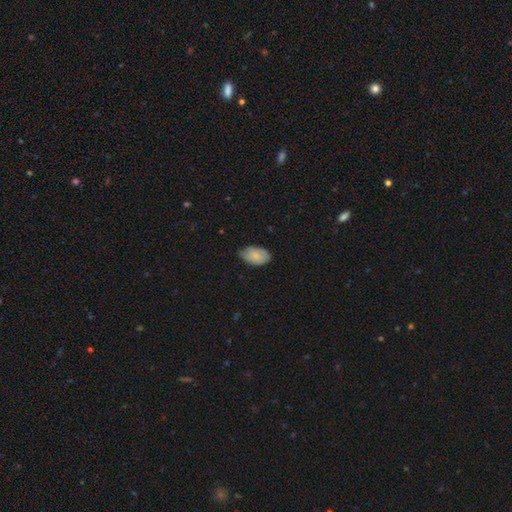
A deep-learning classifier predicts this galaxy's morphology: smooth_or_featured: smooth (p=0.80) [alt: featured or disk p=0.14]
how_rounded: in between (p=0.93) [alt: round p=0.06]
merging: none (p=0.66) [alt: minor disturbance p=0.29]